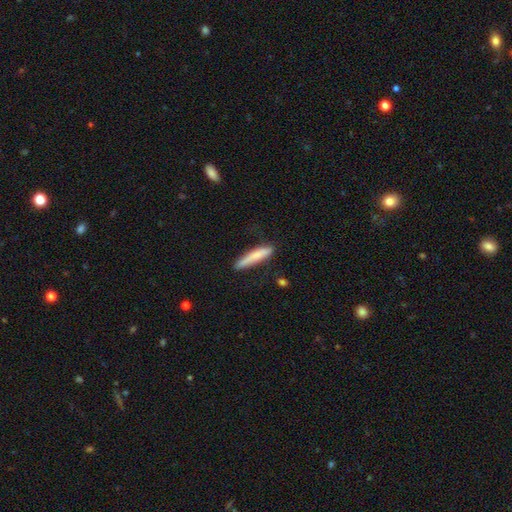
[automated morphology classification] Smooth or featured? Predicted: smooth (p=0.77). How rounded? Predicted: cigar-shaped (p=0.90). Merging? Predicted: none (p=0.80).